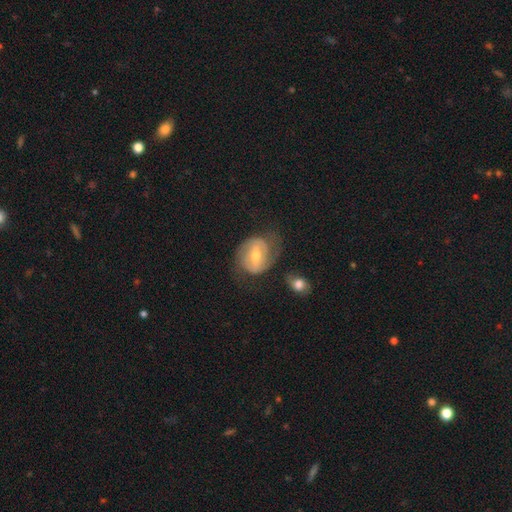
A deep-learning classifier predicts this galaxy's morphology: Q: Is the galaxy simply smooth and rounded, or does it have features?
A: featured or disk — 74%.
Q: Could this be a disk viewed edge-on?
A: no — 96%.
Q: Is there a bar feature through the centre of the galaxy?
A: weak — 44%.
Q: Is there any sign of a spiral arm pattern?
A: yes — 82%.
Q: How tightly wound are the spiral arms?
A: medium — 43%.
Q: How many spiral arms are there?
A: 2 — 78%.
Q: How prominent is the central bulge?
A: moderate — 67%.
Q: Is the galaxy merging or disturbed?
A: none — 61%.